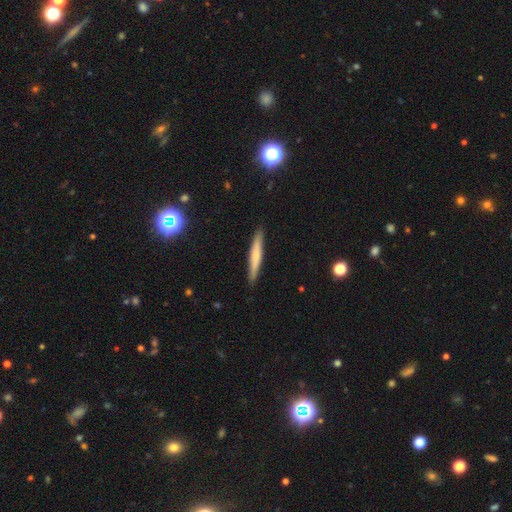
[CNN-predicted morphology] smooth_or_featured: smooth (p=0.53) [alt: featured or disk p=0.40]
how_rounded: cigar-shaped (p=0.93) [alt: in between p=0.05]
merging: none (p=0.90) [alt: minor disturbance p=0.07]